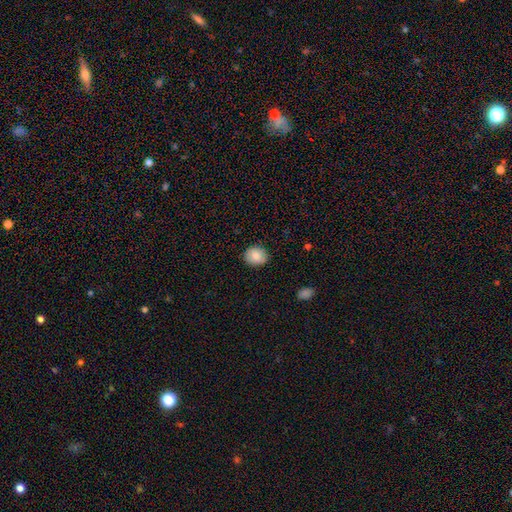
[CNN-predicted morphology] The model was most divided on "how rounded": round: 72%, in between: 28%, cigar-shaped: 1%. More confident: merging — none (86%); smooth or featured — smooth (85%).